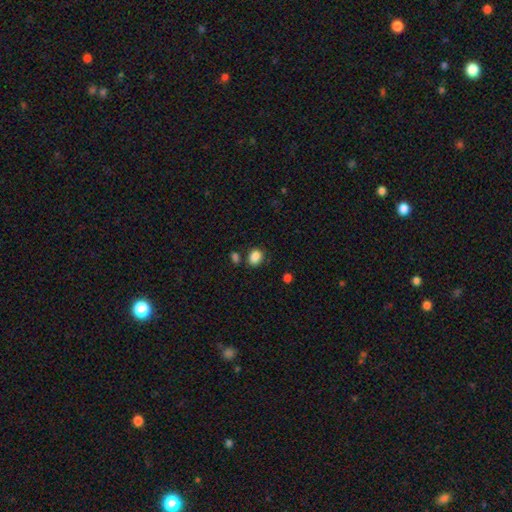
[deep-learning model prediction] A smooth galaxy with no disk features (87%) that is in between round and cigar-shaped (59%).

Vote fractions:
- Smooth or featured? smooth: 87% / star or artifact: 10% / featured or disk: 4%
- How rounded? in between: 59% / round: 40% / cigar-shaped: 1%
- Merging? none: 73% / minor disturbance: 14% / merger: 9% / major disturbance: 4%